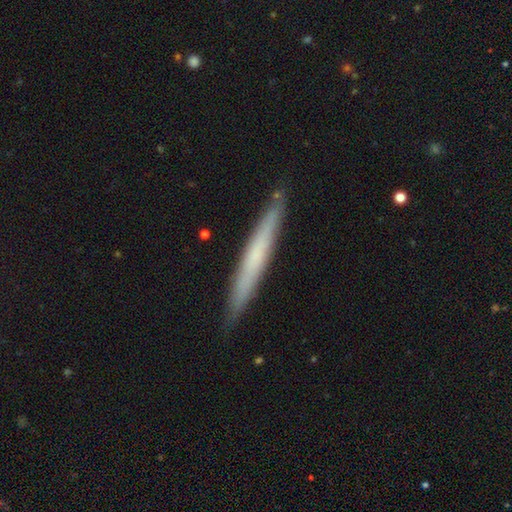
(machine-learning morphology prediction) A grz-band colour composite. It shows a smooth galaxy with no disk features (50%) that is cigar-shaped (97%). Merging: none (89%).